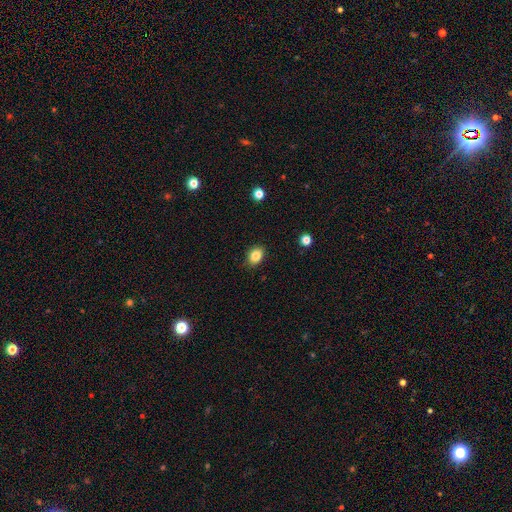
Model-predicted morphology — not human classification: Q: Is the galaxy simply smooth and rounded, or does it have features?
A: smooth — 85%.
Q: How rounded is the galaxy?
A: in between — 60%.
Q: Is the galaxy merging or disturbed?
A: none — 88%.